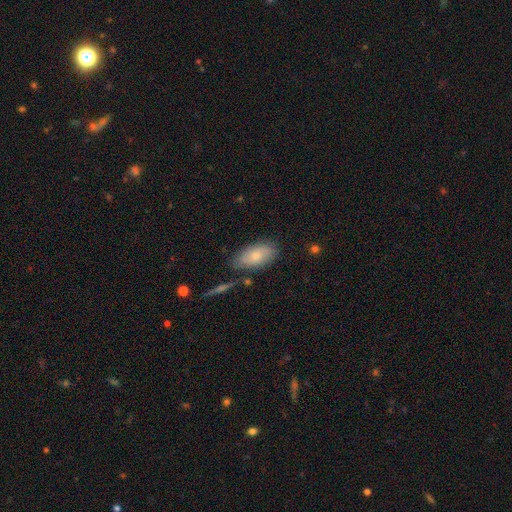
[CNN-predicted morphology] Overall: smooth (73%). How rounded: in between (92%). Merging: none (74%).